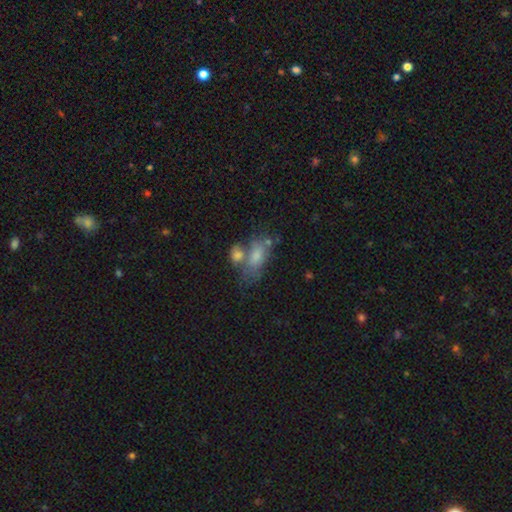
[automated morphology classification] type=smooth (63%); roundness=in between (82%); merging=merger (39%).